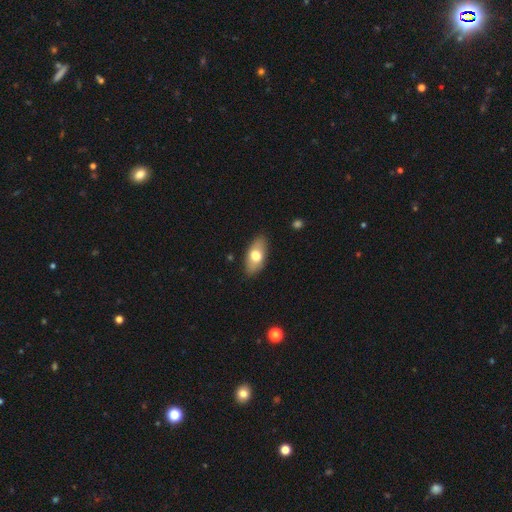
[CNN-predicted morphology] This is likely a smooth galaxy (68%). How rounded: clearly in between (89%). Merging: clearly none (85%).